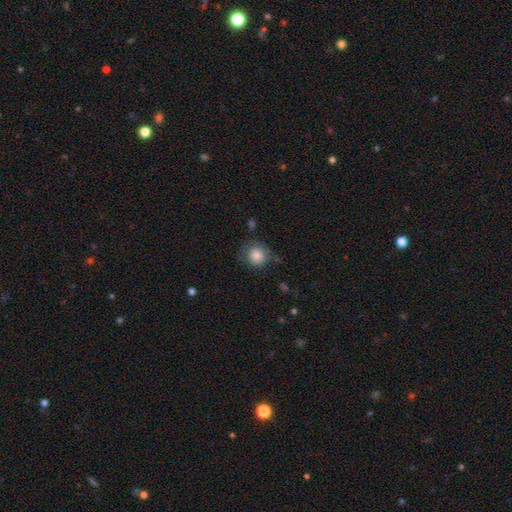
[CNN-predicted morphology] Q: Smooth or featured?
A: smooth (84%); runner-up: star or artifact (8%)
Q: How rounded?
A: round (87%); runner-up: in between (12%)
Q: Merging?
A: none (68%); runner-up: minor disturbance (22%)